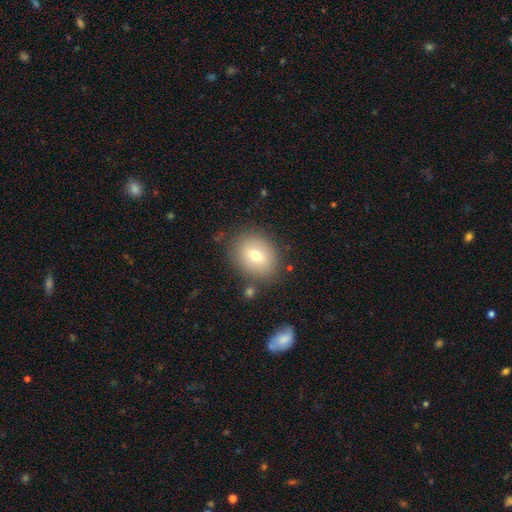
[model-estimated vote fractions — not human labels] Smooth or featured? Predicted: smooth (p=0.70). How rounded? Predicted: in between (p=0.50). Merging? Predicted: none (p=0.81).